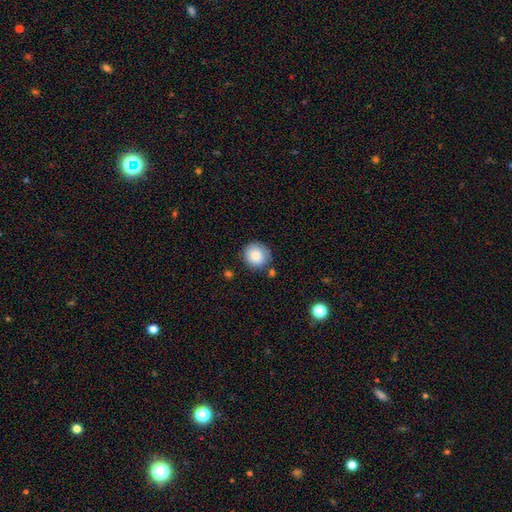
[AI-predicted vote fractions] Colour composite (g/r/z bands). It shows a smooth galaxy with no disk features (85%) that is round (90%). Merging: none (80%).